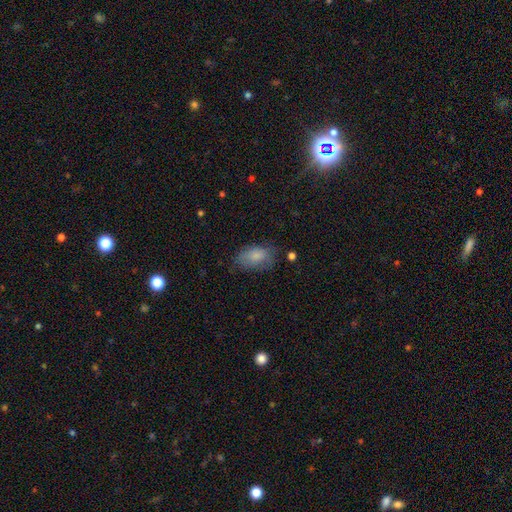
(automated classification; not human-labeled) A smooth galaxy with no disk features (81%) that is in between round and cigar-shaped (91%). Merging: none (62%).